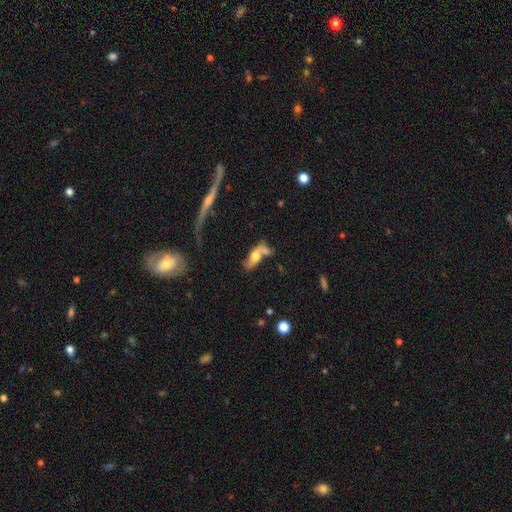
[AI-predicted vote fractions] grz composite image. It shows a featured or disk galaxy (47%). Merging: merger (35%).